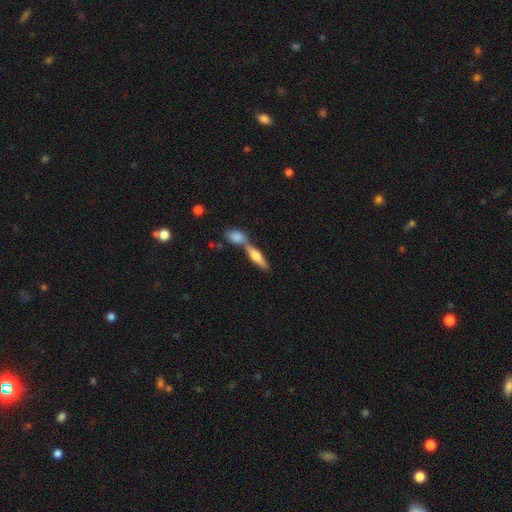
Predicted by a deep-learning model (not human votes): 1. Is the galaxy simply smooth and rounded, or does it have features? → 50% smooth, 43% featured or disk, 7% star or artifact.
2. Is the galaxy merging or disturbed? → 51% merger, 38% none, 7% minor disturbance, 3% major disturbance.